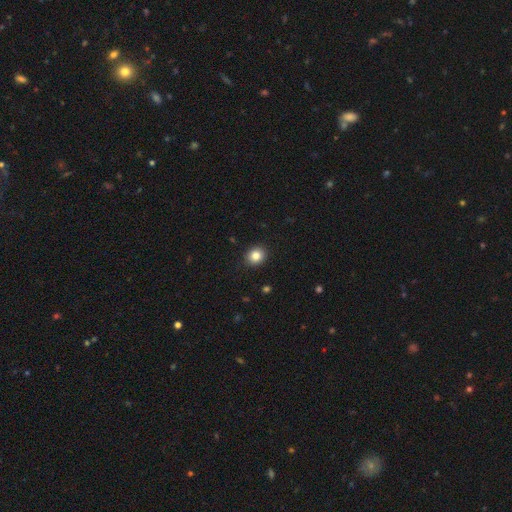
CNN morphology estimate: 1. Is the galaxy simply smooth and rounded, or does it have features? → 83% smooth, 10% star or artifact, 6% featured or disk.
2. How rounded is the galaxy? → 78% round, 21% in between, 1% cigar-shaped.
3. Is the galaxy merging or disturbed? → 91% none, 6% minor disturbance, 2% major disturbance, 1% merger.